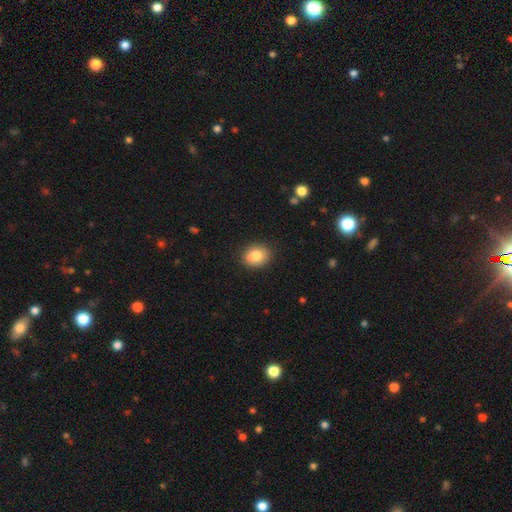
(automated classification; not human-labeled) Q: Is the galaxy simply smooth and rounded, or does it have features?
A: smooth — 81%.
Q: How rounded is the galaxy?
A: in between — 50%.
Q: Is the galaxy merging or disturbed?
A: none — 80%.